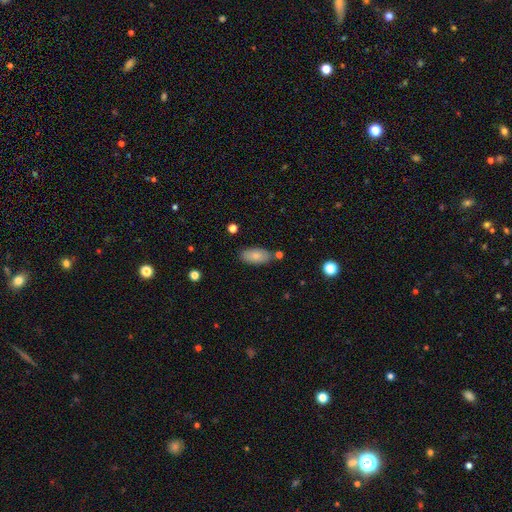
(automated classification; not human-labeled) A smooth galaxy with no disk features (80%) that is in between round and cigar-shaped (91%). Merging: none (79%).